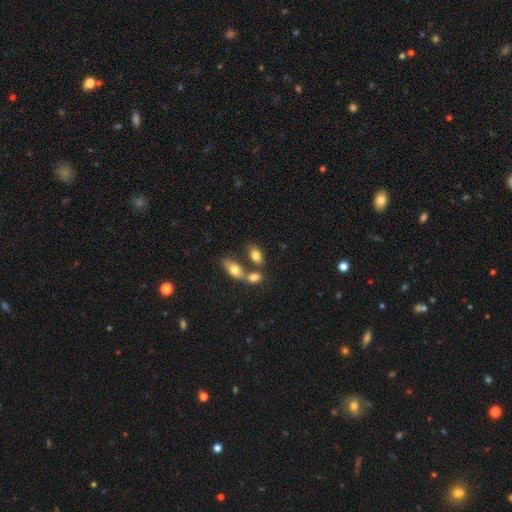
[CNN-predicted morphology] Smooth or featured?
  - smooth: 77% *
  - featured or disk: 14%
  - star or artifact: 8%
How rounded?
  - in between: 88% *
  - round: 8%
  - cigar-shaped: 4%
Merging?
  - none: 47% *
  - merger: 39%
  - minor disturbance: 11%
  - major disturbance: 4%